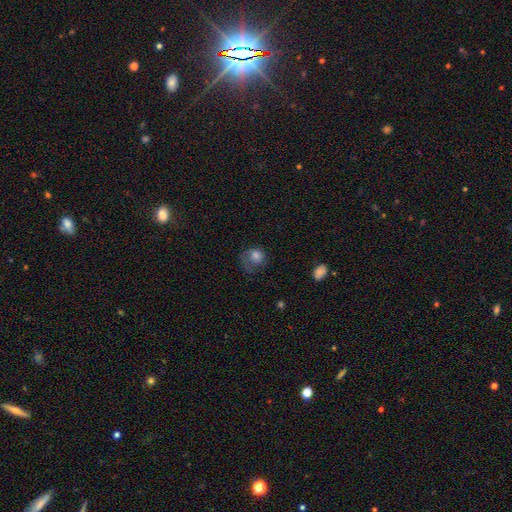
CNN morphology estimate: type=smooth (71%); roundness=round (74%); merging=none (39%).